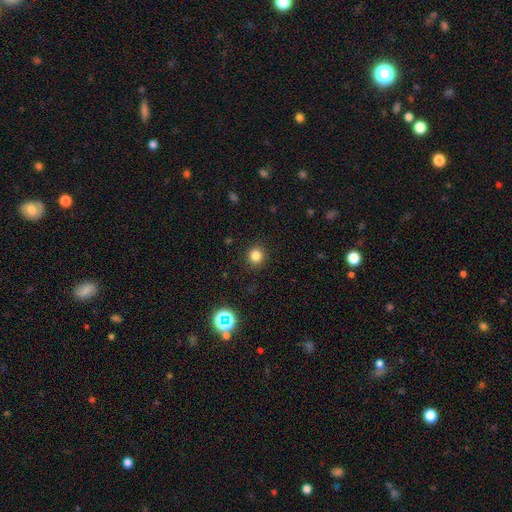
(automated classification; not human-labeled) Morphology: type=smooth (82%); roundness=round (90%); merging=none (91%).